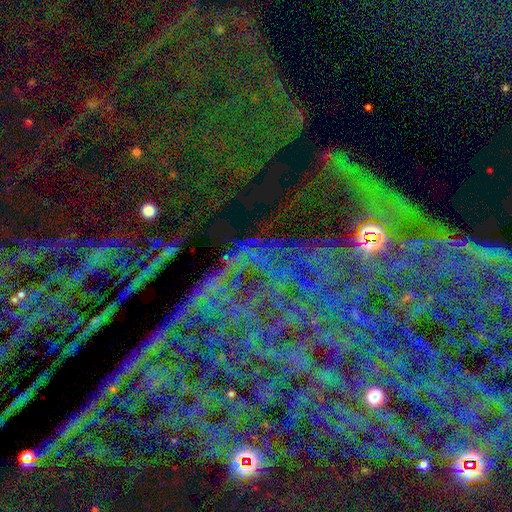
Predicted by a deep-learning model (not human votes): star or artifact 80%, featured or disk 11%, smooth 9%.